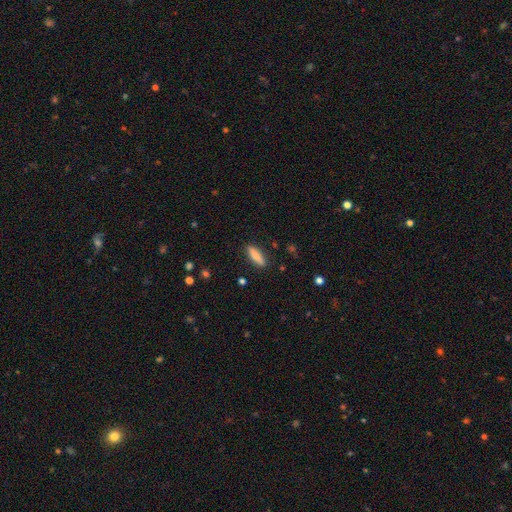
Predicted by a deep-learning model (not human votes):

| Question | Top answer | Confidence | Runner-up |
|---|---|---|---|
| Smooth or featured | smooth | 79% | featured or disk (15%) |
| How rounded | cigar-shaped | 63% | in between (35%) |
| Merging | none | 88% | minor disturbance (9%) |